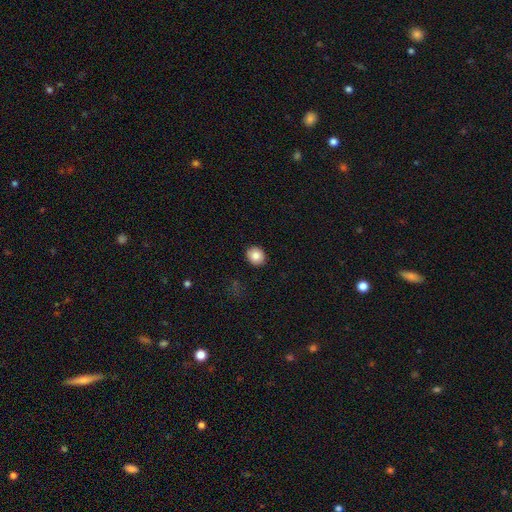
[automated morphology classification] smooth_or_featured: smooth (p=0.84) [alt: star or artifact p=0.09]
how_rounded: round (p=0.72) [alt: in between p=0.27]
merging: none (p=0.90) [alt: minor disturbance p=0.07]